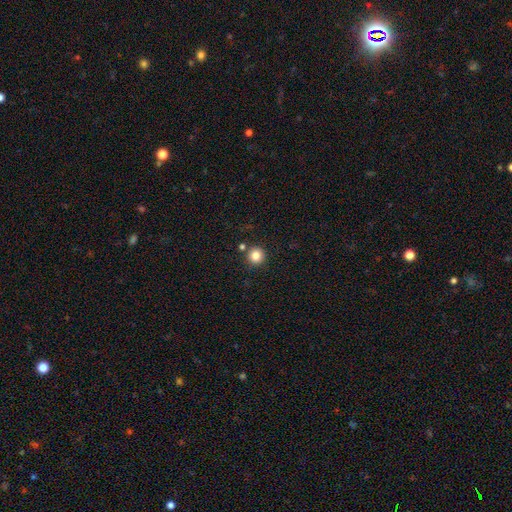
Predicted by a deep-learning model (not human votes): smooth_or_featured: smooth (p=0.83) [alt: star or artifact p=0.11]
how_rounded: round (p=0.95) [alt: in between p=0.04]
merging: none (p=0.86) [alt: minor disturbance p=0.06]